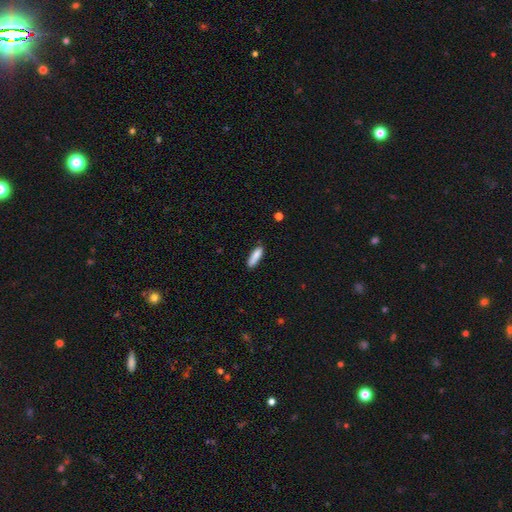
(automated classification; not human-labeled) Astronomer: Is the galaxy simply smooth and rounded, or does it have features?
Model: smooth — 85%.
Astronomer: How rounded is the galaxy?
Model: cigar-shaped — 62%.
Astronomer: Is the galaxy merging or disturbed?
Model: none — 77%.